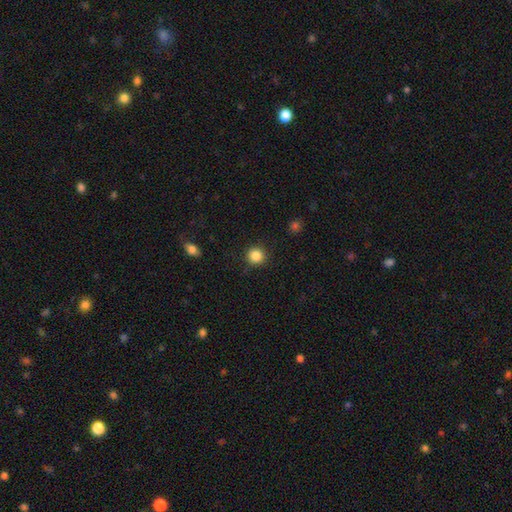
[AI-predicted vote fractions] Q: Smooth or featured?
A: smooth (86%); runner-up: star or artifact (10%)
Q: How rounded?
A: round (94%); runner-up: in between (5%)
Q: Merging?
A: none (90%); runner-up: minor disturbance (6%)